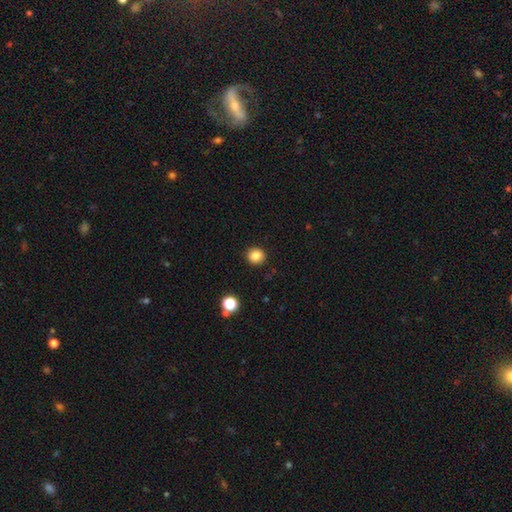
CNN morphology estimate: Smooth or featured? smooth (85%)
How rounded? round (86%)
Merging? none (91%)